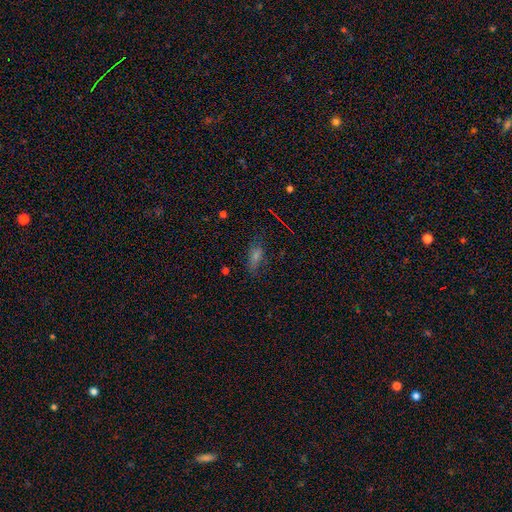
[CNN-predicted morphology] smooth-or-featured: smooth: 48% | star or artifact: 31% | featured or disk: 21%
  merging: none: 70% | minor disturbance: 19% | major disturbance: 9% | merger: 3%